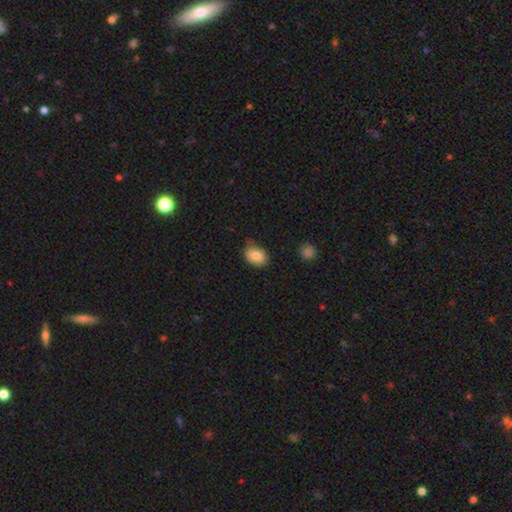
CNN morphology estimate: This appears to be a smooth galaxy with no disk features (84%) that is in between round and cigar-shaped (73%). Merging: none (68%).